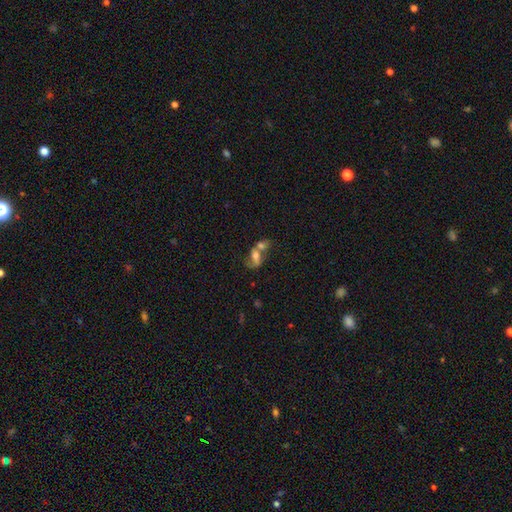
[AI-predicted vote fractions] This appears to be a smooth galaxy with no disk features (51%) that is in between round and cigar-shaped (75%). Merging: merger (66%).